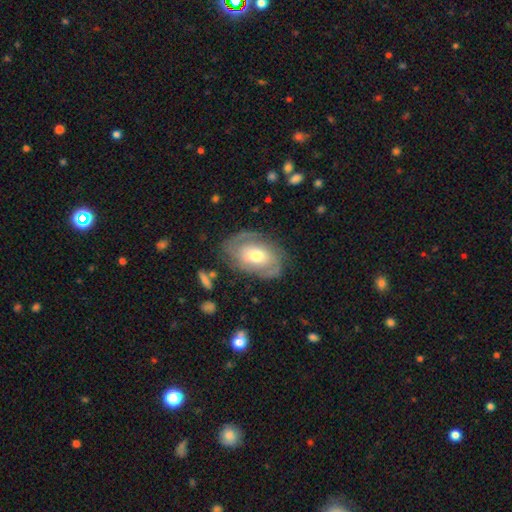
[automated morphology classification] This appears to be a featured or disk galaxy (70%) with no bar (64%), 2 (50%) tight (53%) spiral arms (83%) and a moderate central bulge (67%). Merging: none (72%).